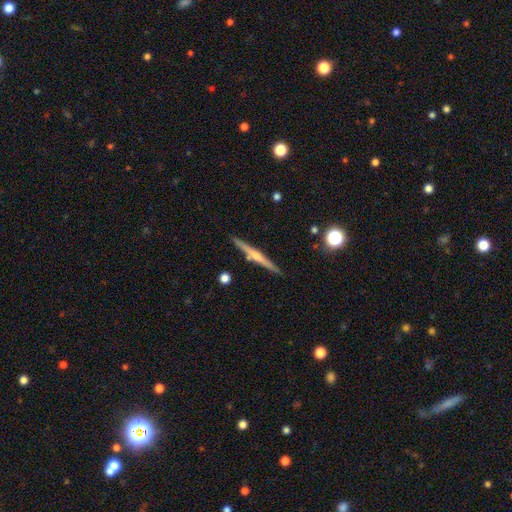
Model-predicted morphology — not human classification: Smooth or featured? featured or disk (67%)
Edge-on disk? yes (98%)
Edge-on bulge? rounded (74%)
Merging? none (88%)